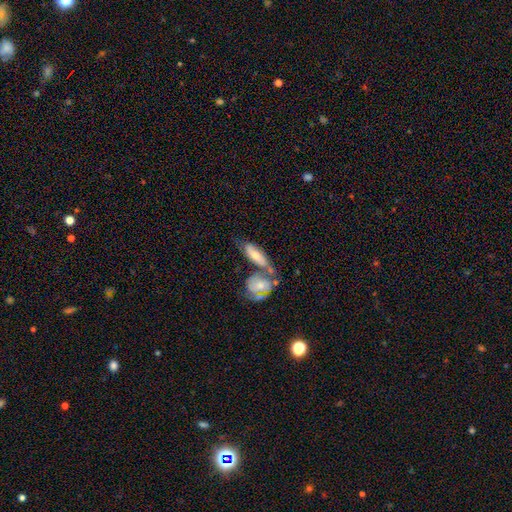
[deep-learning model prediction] The model was most divided on "merging": merger: 46%, none: 32%, minor disturbance: 15%, major disturbance: 7%. More confident: how rounded — in between (67%); smooth or featured — smooth (58%).